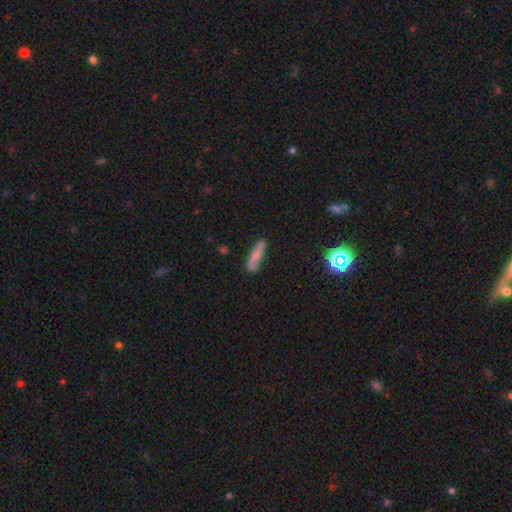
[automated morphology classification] type=smooth (64%); roundness=cigar-shaped (70%); merging=none (70%).